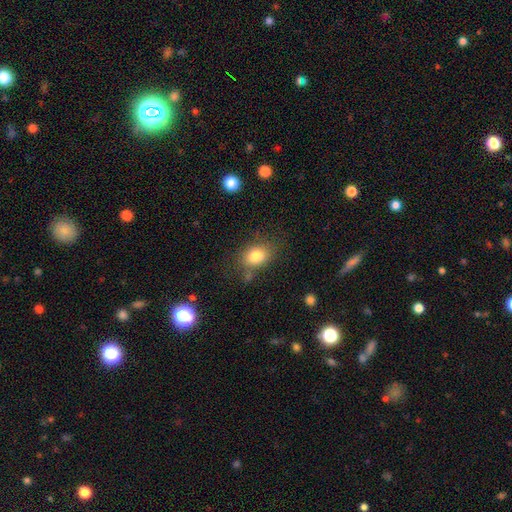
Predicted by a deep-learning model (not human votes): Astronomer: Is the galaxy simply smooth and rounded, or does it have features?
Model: smooth — 81%.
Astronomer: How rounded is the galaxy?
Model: in between — 70%.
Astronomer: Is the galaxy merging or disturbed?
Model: none — 69%.